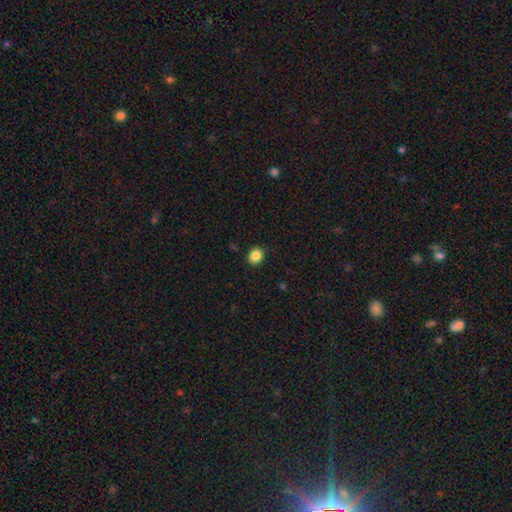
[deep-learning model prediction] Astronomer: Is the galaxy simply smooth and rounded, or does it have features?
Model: smooth — 86%.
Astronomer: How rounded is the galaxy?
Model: round — 65%.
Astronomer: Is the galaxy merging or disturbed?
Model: none — 90%.